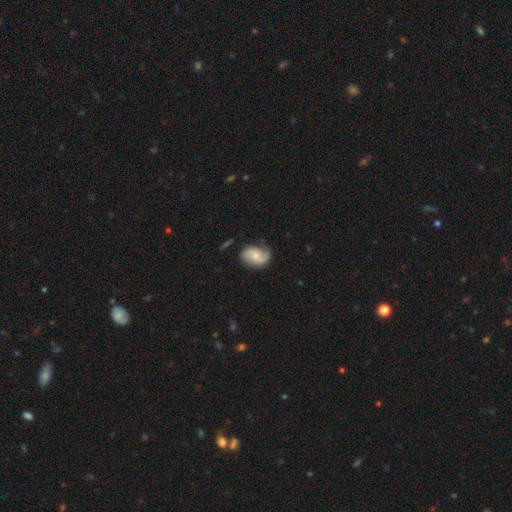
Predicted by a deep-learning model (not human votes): A featured or disk galaxy (65%) with no bar (62%), 2 (86%) loose (41%) spiral arms (93%) and a small central bulge (51%).

Vote fractions:
- Smooth or featured? featured or disk: 65% / smooth: 28% / star or artifact: 7%
- Edge-on disk? no: 97% / yes: 3%
- Bar? no: 62% / weak: 32% / strong: 6%
- Spiral arms? yes: 93% / no: 7%
- Spiral winding? loose: 41% / medium: 40% / tight: 19%
- Spiral arm count? 2: 86% / can't tell: 6% / 1: 5% / 3: 1% / 4: 1% / more than 4: 1%
- Bulge size? small: 51% / moderate: 40% / none: 6% / large: 2% / dominant: 1%
- Merging? none: 74% / minor disturbance: 19% / major disturbance: 5% / merger: 2%